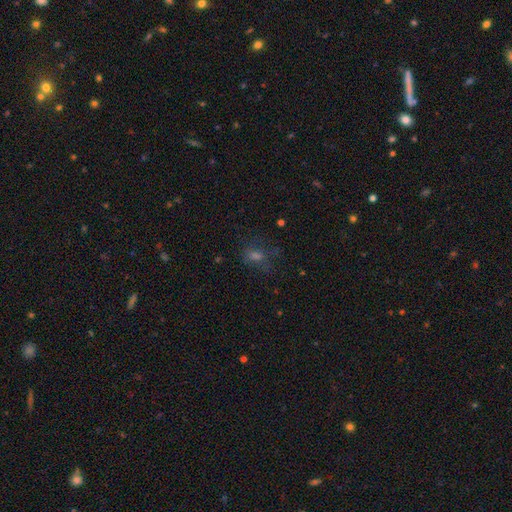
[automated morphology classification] Q: Smooth or featured?
A: smooth (47%); runner-up: star or artifact (34%)
Q: Merging?
A: none (63%); runner-up: minor disturbance (18%)